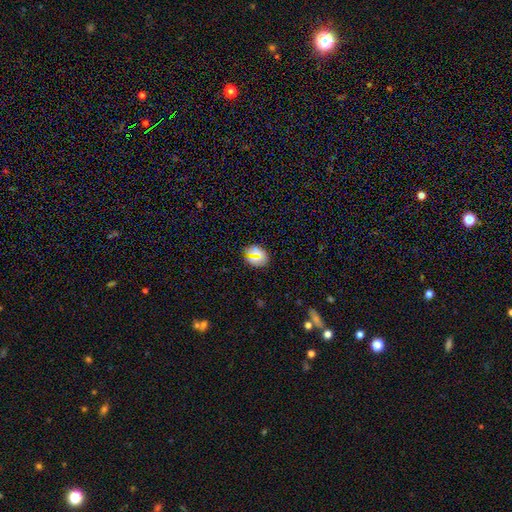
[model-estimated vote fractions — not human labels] A smooth galaxy with no disk features (70%) that is in between round and cigar-shaped (49%). Merging: none (83%).